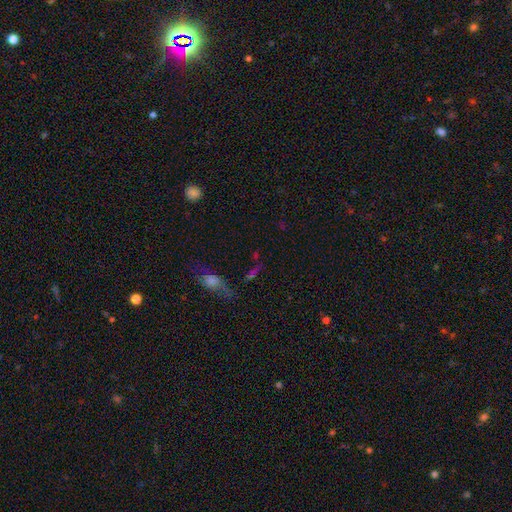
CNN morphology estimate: type=star or artifact (43%).